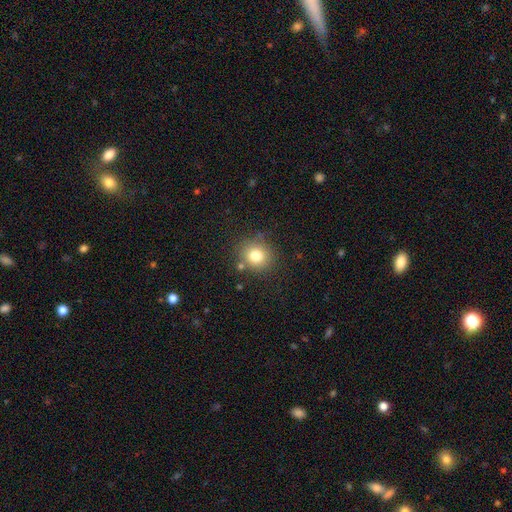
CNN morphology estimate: This is likely a smooth galaxy (79%). How rounded: clearly round (85%). Merging: clearly none (81%).